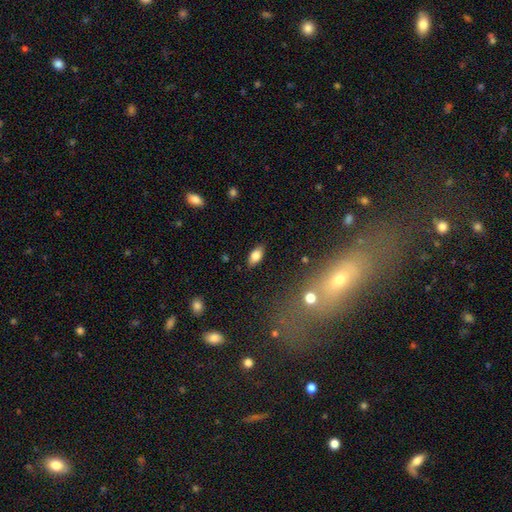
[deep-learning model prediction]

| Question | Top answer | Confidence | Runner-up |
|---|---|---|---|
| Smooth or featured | smooth | 80% | featured or disk (11%) |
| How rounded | in between | 91% | cigar-shaped (5%) |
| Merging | none | 86% | minor disturbance (10%) |